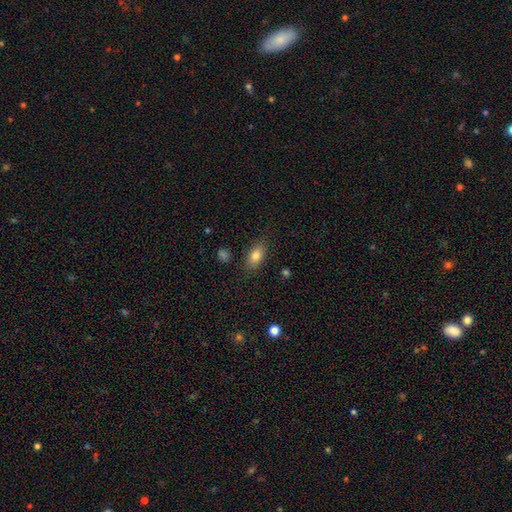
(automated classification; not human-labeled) smooth 81%, featured or disk 11%, star or artifact 9%. Down the decision tree: how rounded — in between (86%); merging — none (82%).